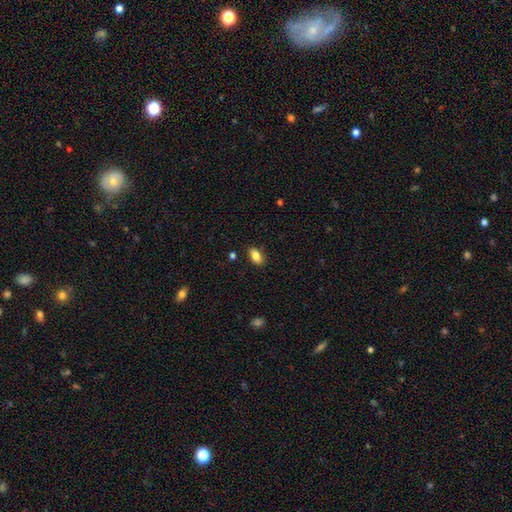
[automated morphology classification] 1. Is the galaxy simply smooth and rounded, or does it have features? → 85% smooth, 8% star or artifact, 7% featured or disk.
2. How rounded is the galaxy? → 90% in between, 7% round, 3% cigar-shaped.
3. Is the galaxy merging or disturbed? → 85% none, 11% minor disturbance, 2% major disturbance, 2% merger.